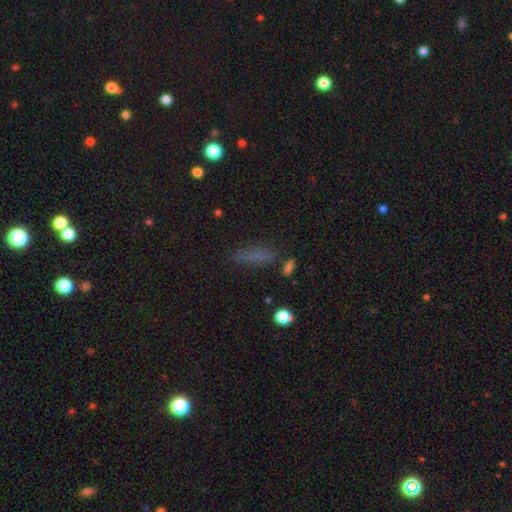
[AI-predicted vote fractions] The model was most divided on "how rounded": cigar-shaped: 68%, in between: 27%, round: 4%. More confident: merging — none (71%); smooth or featured — smooth (68%).